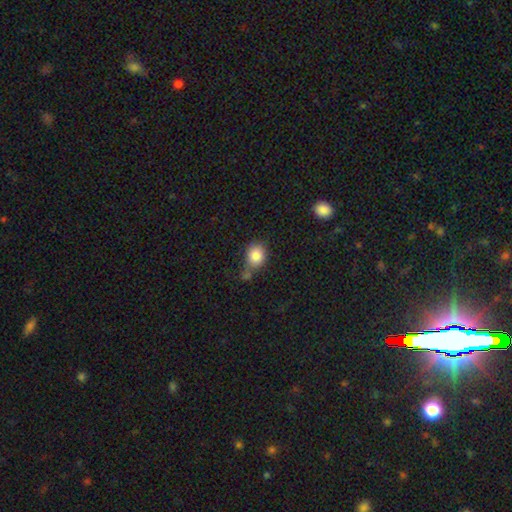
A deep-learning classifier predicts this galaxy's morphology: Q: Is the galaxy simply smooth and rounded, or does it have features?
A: smooth — 85%.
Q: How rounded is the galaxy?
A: round — 59%.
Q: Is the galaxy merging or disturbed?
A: none — 51%.